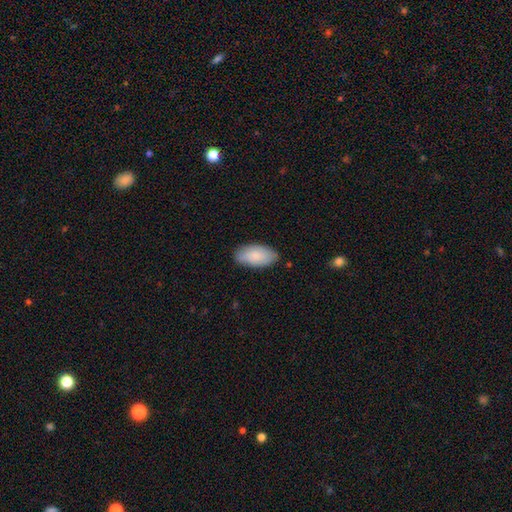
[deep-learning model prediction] A smooth galaxy with no disk features (83%) that is in between round and cigar-shaped (95%). Merging: none (79%).